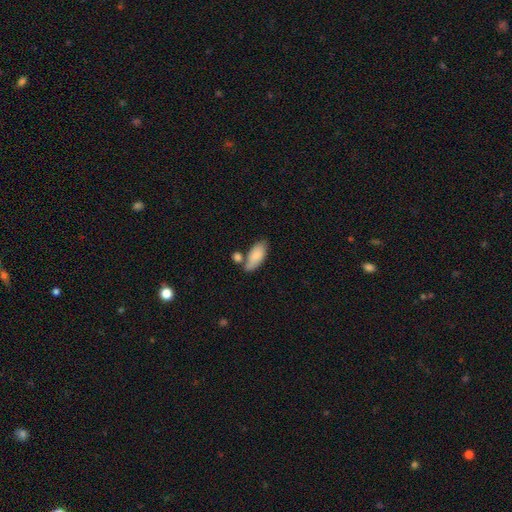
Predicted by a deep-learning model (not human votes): Morphology: type=smooth (82%); roundness=in between (88%); merging=none (54%).